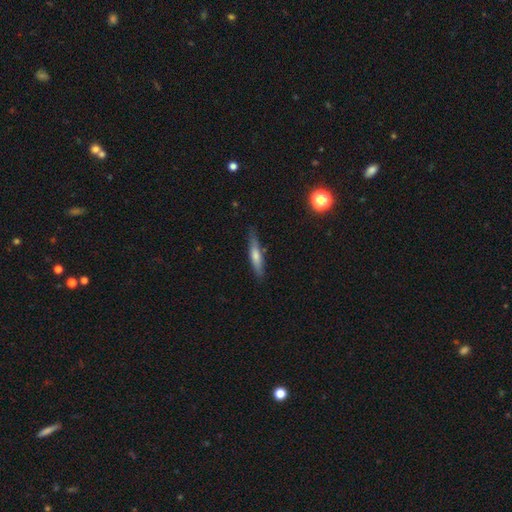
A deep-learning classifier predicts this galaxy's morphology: A smooth galaxy with no disk features (54%) that is cigar-shaped (89%). Merging: none (83%).